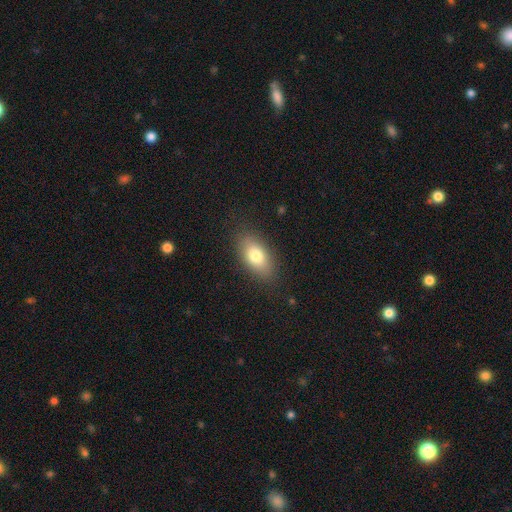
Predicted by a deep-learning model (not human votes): smooth_or_featured: smooth (p=0.76) [alt: featured or disk p=0.15]
how_rounded: in between (p=0.88) [alt: round p=0.06]
merging: none (p=0.85) [alt: minor disturbance p=0.11]